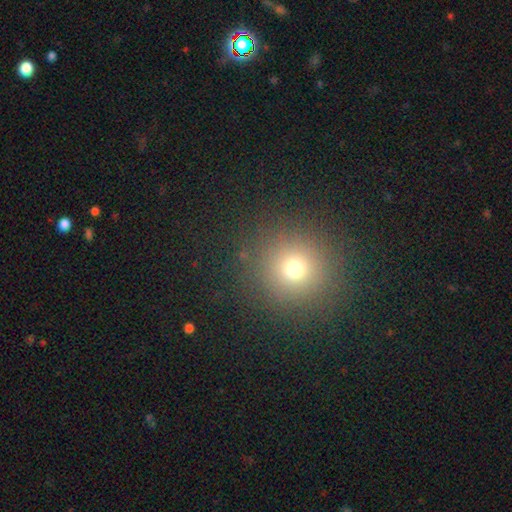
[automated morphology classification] A smooth galaxy with no disk features (66%) that is round (94%). Merging: none (93%).